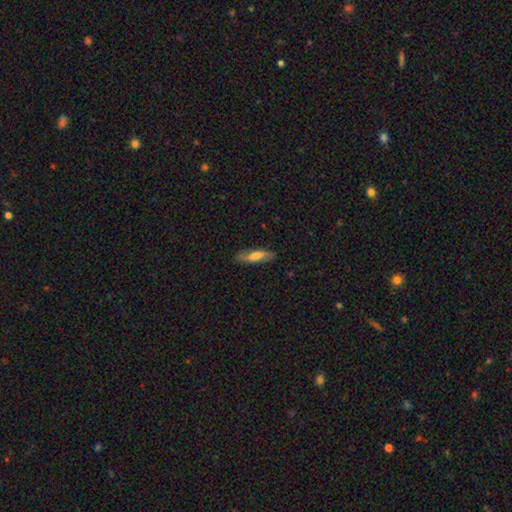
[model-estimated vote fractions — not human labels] This is likely a smooth galaxy (60%). How rounded: likely cigar-shaped (62%). Merging: clearly none (82%).